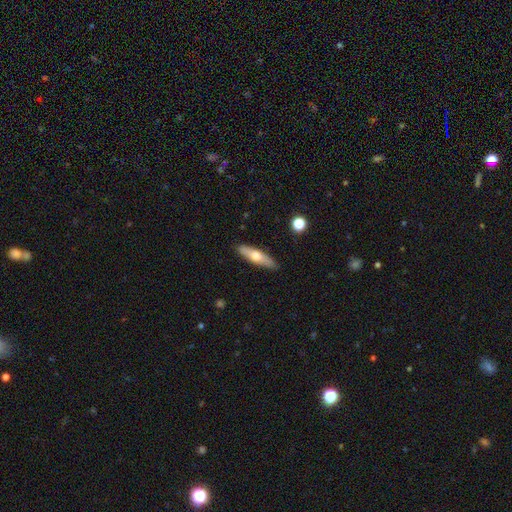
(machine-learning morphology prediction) A smooth galaxy with no disk features (57%) that is cigar-shaped (68%). Merging: none (88%).